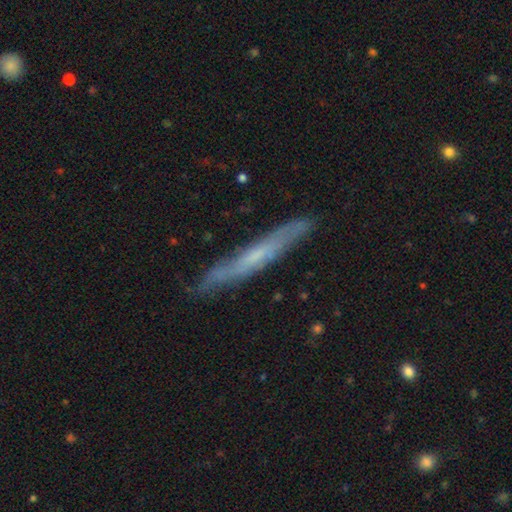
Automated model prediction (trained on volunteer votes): Smooth or featured? Predicted: featured or disk (p=0.57). Edge-on disk? Predicted: yes (p=0.85). Merging? Predicted: none (p=0.82).